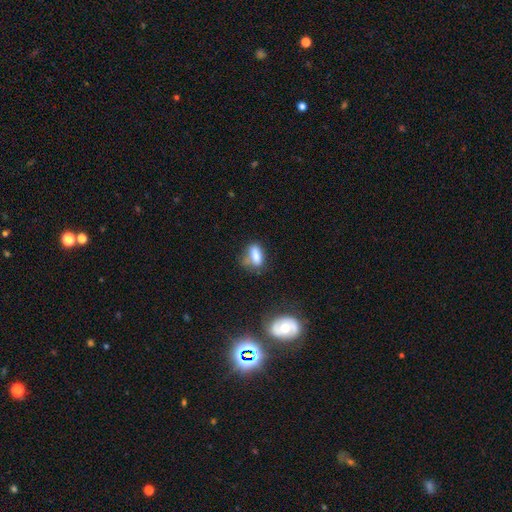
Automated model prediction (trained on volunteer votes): This is likely a smooth galaxy (75%). How rounded: likely in between (79%). Merging: possibly none (47%).